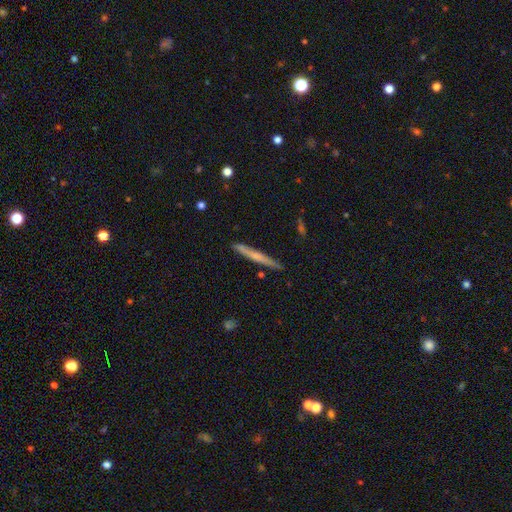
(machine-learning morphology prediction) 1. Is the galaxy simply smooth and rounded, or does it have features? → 49% featured or disk, 45% smooth, 6% star or artifact.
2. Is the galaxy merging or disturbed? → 89% none, 8% minor disturbance, 2% merger, 2% major disturbance.